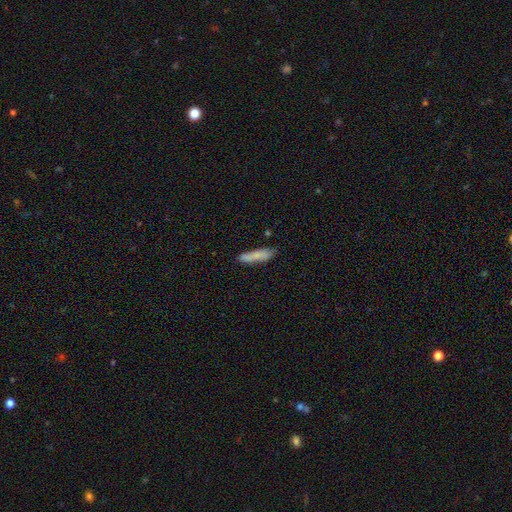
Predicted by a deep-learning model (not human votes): This appears to be a smooth galaxy with no disk features (78%) that is cigar-shaped (81%). Merging: none (76%).